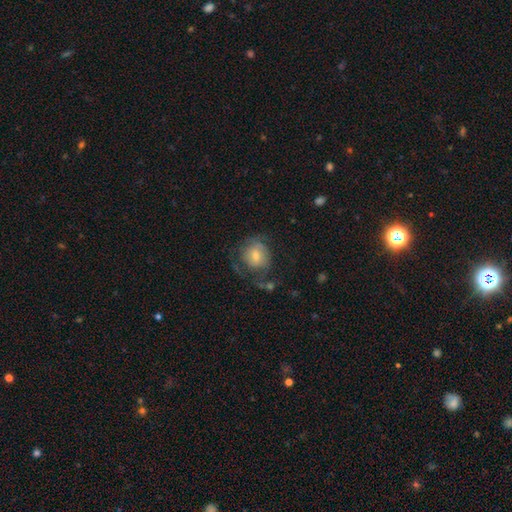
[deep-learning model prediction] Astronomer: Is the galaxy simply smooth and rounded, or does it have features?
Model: smooth — 53% (runner-up: featured or disk, 39%).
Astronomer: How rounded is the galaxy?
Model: round — 74%.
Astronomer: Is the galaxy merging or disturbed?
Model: none — 44% (runner-up: major disturbance, 28%).